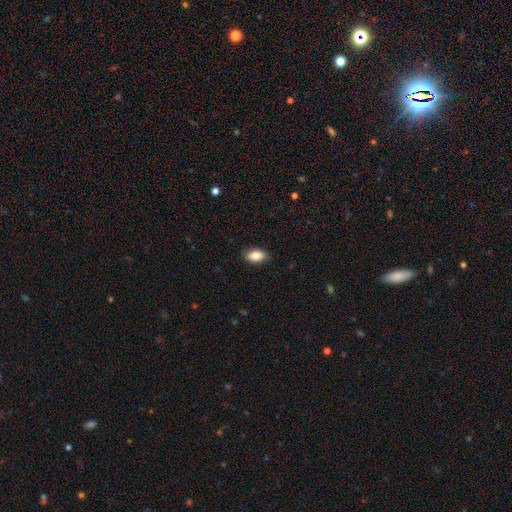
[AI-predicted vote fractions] Smooth or featured?
  - smooth: 85% *
  - featured or disk: 8%
  - star or artifact: 7%
How rounded?
  - in between: 92% *
  - round: 5%
  - cigar-shaped: 3%
Merging?
  - none: 86% *
  - minor disturbance: 11%
  - major disturbance: 2%
  - merger: 1%